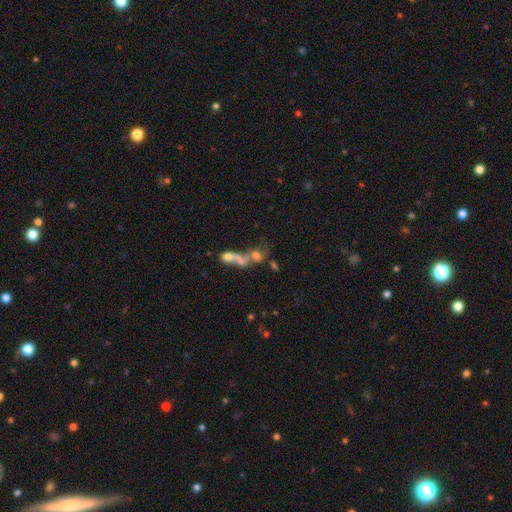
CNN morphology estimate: Overall: smooth (55%; featured or disk 29%). How rounded: in between (54%; round 33%). Merging: merger (61%).